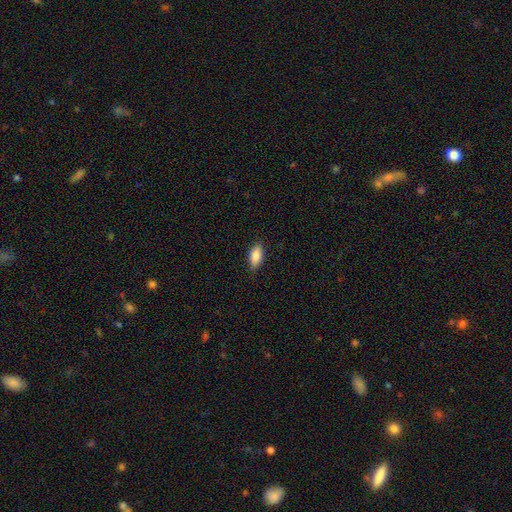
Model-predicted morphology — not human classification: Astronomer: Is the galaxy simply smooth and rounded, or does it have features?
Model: smooth — 86%.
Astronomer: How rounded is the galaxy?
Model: in between — 87%.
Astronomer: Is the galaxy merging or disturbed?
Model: none — 86%.